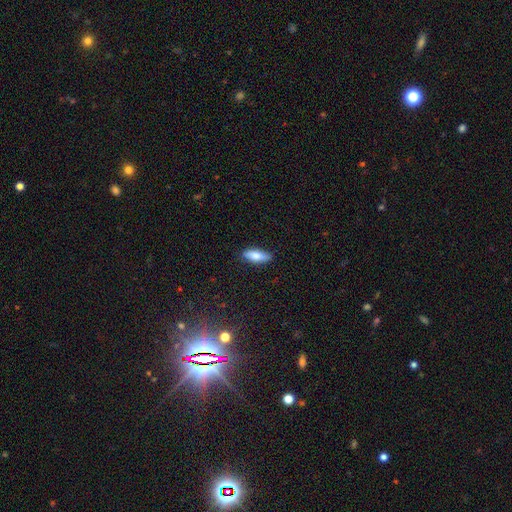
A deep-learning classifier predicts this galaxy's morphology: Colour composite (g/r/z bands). It shows a smooth galaxy with no disk features (76%) that is in between round and cigar-shaped (64%). Merging: none (84%).